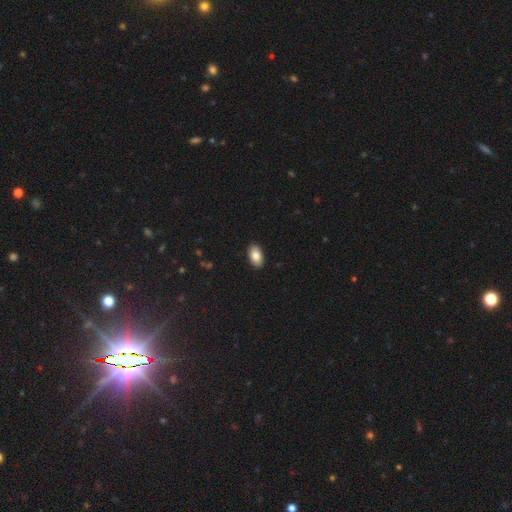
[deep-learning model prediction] Smooth or featured? Predicted: smooth (p=0.85). How rounded? Predicted: in between (p=0.94). Merging? Predicted: none (p=0.90).